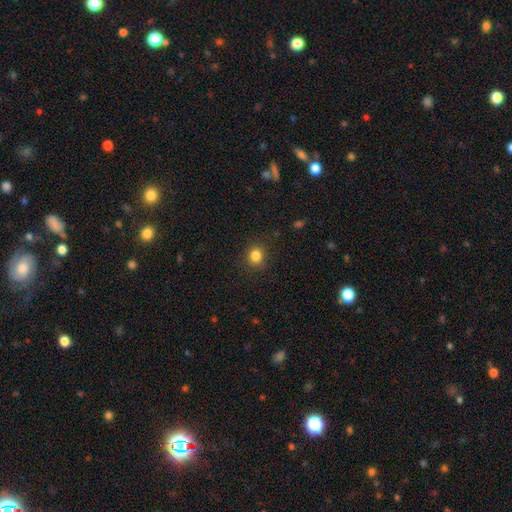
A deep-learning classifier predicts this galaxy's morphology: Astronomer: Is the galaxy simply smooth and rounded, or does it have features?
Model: smooth — 84%.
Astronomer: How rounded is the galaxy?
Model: round — 77%.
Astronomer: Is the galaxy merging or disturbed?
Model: none — 89%.